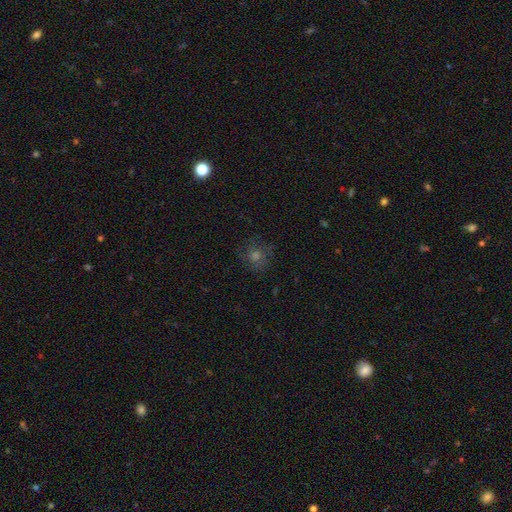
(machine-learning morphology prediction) This appears to be a smooth galaxy with no disk features (51%) that is round (88%). Merging: none (83%).